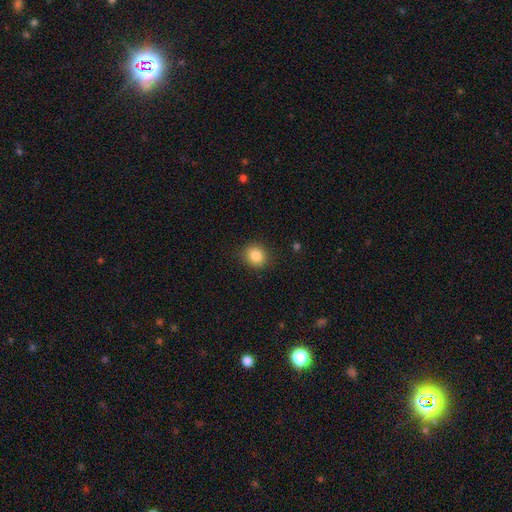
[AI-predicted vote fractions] Q: Smooth or featured?
A: smooth (85%); runner-up: star or artifact (10%)
Q: How rounded?
A: round (79%); runner-up: in between (20%)
Q: Merging?
A: none (88%); runner-up: minor disturbance (8%)